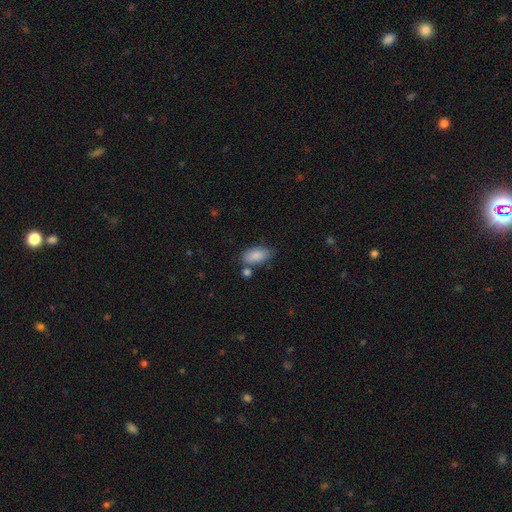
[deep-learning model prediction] Overall: smooth (87%). How rounded: in between (93%). Merging: none (65%).